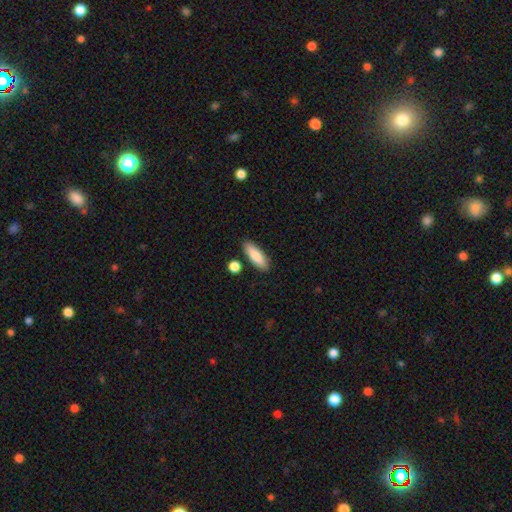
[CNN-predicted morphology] Smooth or featured: smooth — 85% (featured or disk — 10%)
How rounded: in between — 55% (cigar-shaped — 43%)
Merging: none — 84% (minor disturbance — 9%)